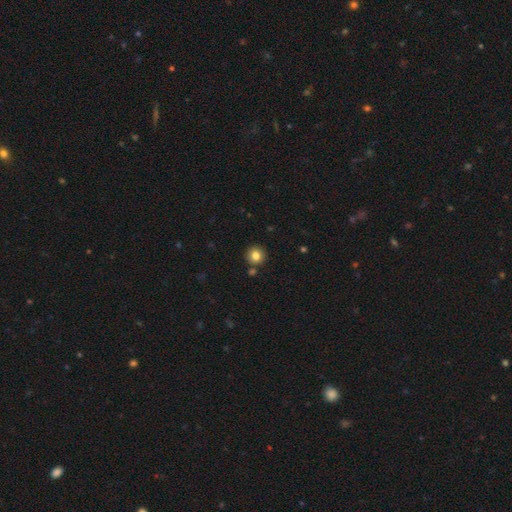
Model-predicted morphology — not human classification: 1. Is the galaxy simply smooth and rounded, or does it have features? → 82% smooth, 11% star or artifact, 7% featured or disk.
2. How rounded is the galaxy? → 93% round, 6% in between, 1% cigar-shaped.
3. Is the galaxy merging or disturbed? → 85% none, 7% minor disturbance, 6% merger, 2% major disturbance.